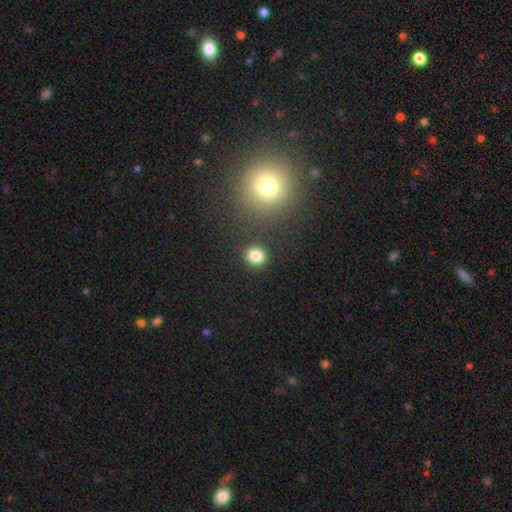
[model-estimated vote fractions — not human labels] Smooth or featured?
  - smooth: 82% *
  - star or artifact: 13%
  - featured or disk: 5%
How rounded?
  - round: 81% *
  - in between: 18%
  - cigar-shaped: 1%
Merging?
  - none: 88% *
  - minor disturbance: 6%
  - merger: 3%
  - major disturbance: 2%